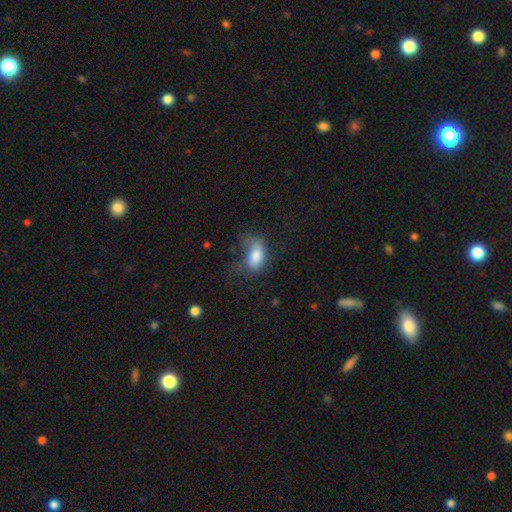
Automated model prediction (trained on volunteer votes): A smooth galaxy with no disk features (74%) that is in between round and cigar-shaped (90%). Merging: major disturbance (38%).